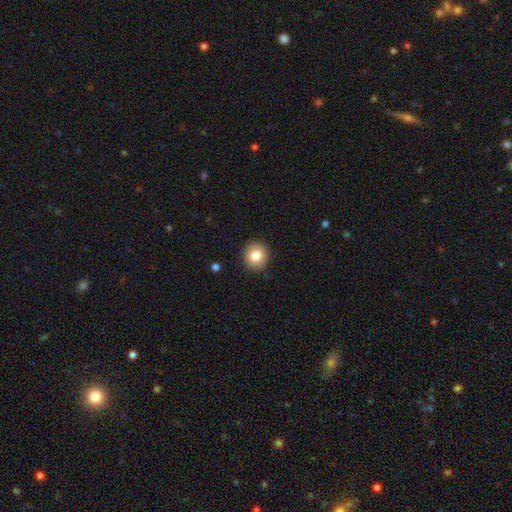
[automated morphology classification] The model was most divided on "smooth or featured": smooth: 82%, star or artifact: 9%, featured or disk: 9%. More confident: merging — none (91%); how rounded — round (89%).